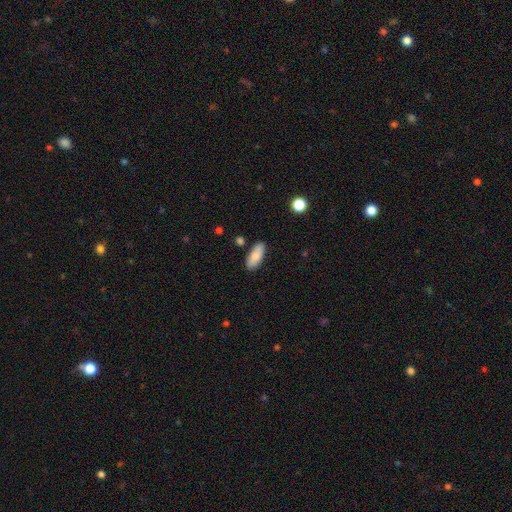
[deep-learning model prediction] This is clearly a smooth galaxy (83%). How rounded: clearly in between (80%). Merging: clearly none (85%).